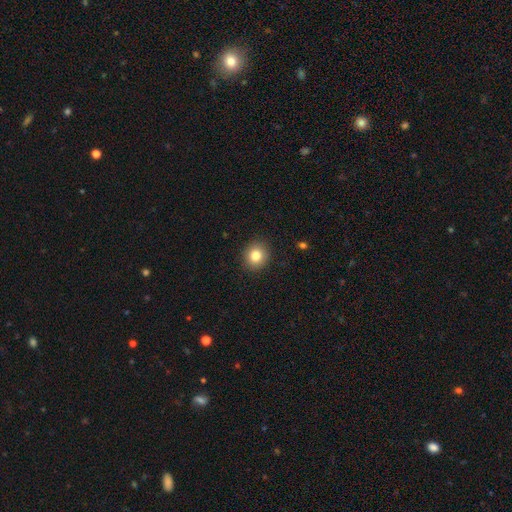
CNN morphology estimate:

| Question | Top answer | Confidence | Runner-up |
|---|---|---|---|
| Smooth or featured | smooth | 83% | star or artifact (10%) |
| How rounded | round | 82% | in between (17%) |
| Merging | none | 91% | minor disturbance (6%) |